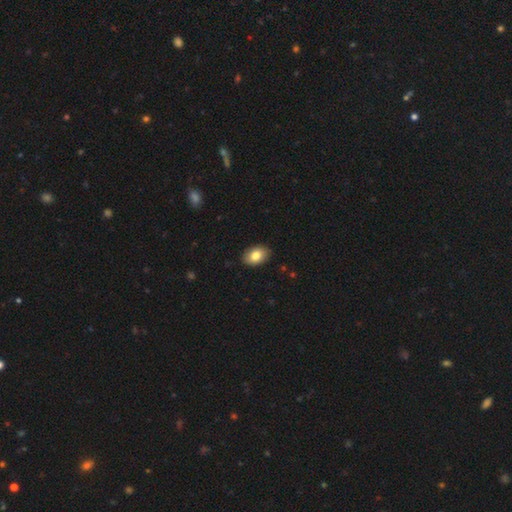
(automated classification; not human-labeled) Q: Smooth or featured?
A: smooth (82%); runner-up: featured or disk (11%)
Q: How rounded?
A: in between (87%); runner-up: round (12%)
Q: Merging?
A: none (89%); runner-up: minor disturbance (8%)